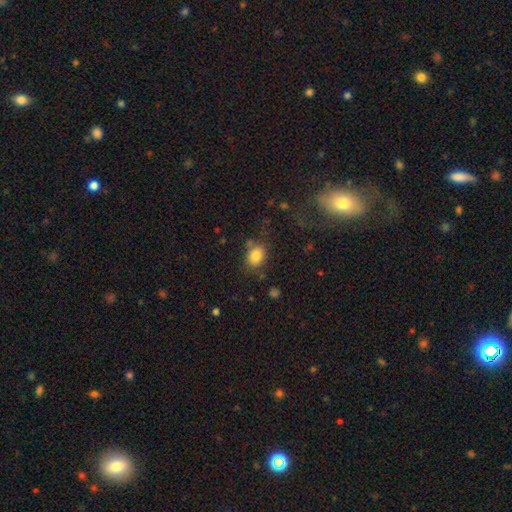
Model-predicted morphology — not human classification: smooth-or-featured: smooth: 82% | star or artifact: 10% | featured or disk: 8%
  how-rounded: in between: 59% | round: 40% | cigar-shaped: 1%
  merging: none: 73% | minor disturbance: 15% | merger: 6% | major disturbance: 6%